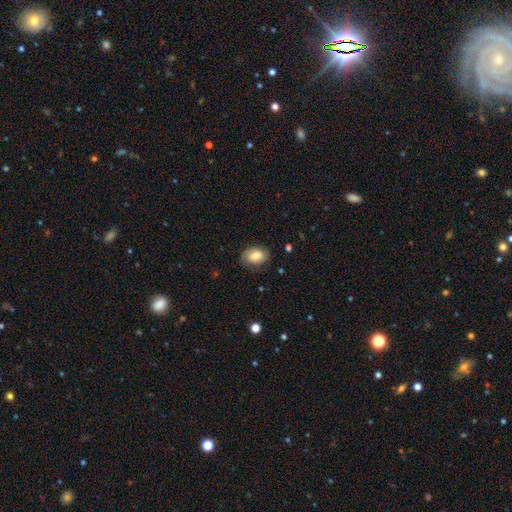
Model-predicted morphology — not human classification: smooth_or_featured: smooth (p=0.77) [alt: featured or disk p=0.15]
how_rounded: in between (p=0.80) [alt: round p=0.18]
merging: none (p=0.77) [alt: minor disturbance p=0.17]